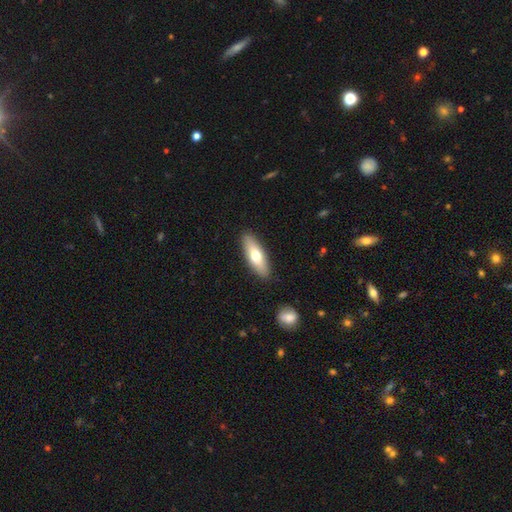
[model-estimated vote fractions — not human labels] This appears to be a smooth galaxy with no disk features (64%) that is in between round and cigar-shaped (56%). Merging: none (89%).